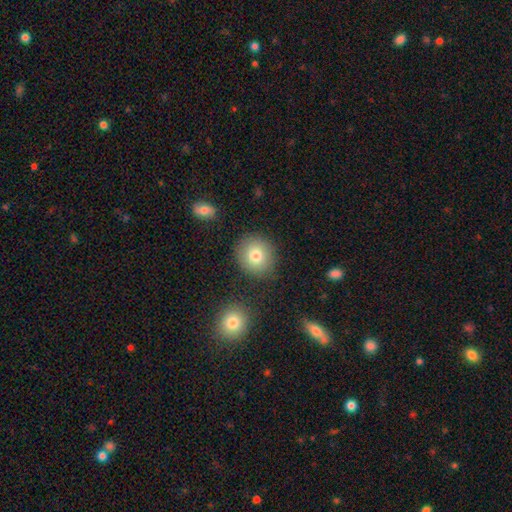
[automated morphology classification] smooth-or-featured: smooth: 79% | featured or disk: 10% | star or artifact: 10%
  how-rounded: round: 86% | in between: 13% | cigar-shaped: 1%
  merging: none: 85% | minor disturbance: 9% | merger: 3% | major disturbance: 3%